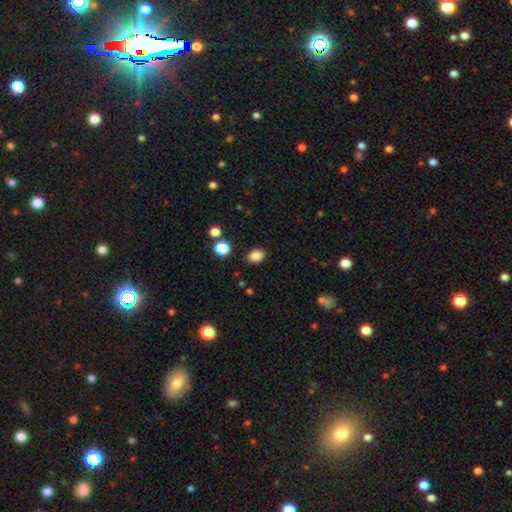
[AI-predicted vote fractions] Smooth or featured? smooth (85%)
How rounded? in between (68%)
Merging? none (86%)